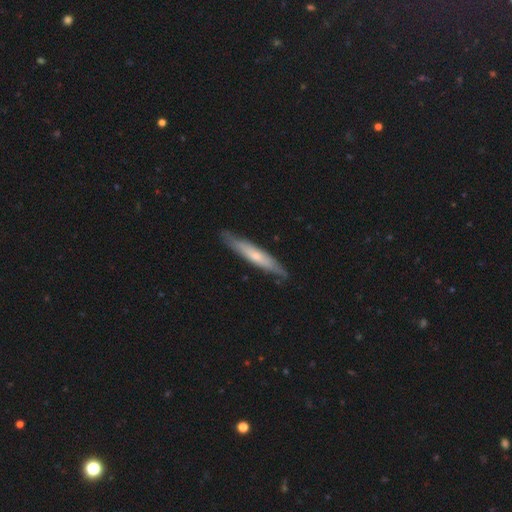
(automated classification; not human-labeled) smooth-or-featured: featured or disk: 48% | smooth: 47% | star or artifact: 5%
  merging: none: 83% | minor disturbance: 14% | major disturbance: 2% | merger: 1%